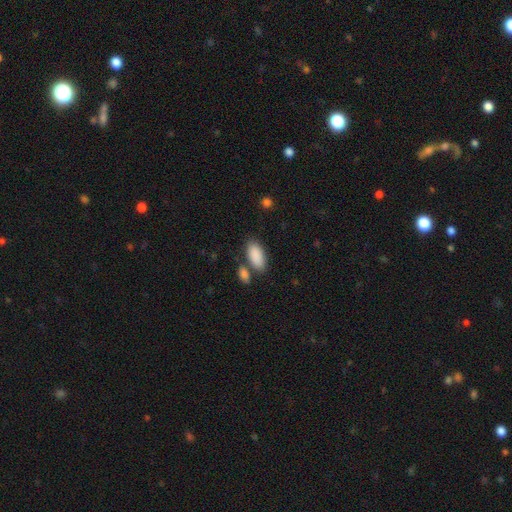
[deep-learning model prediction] Q: Smooth or featured?
A: smooth (89%); runner-up: star or artifact (6%)
Q: How rounded?
A: in between (91%); runner-up: cigar-shaped (6%)
Q: Merging?
A: none (67%); runner-up: merger (16%)